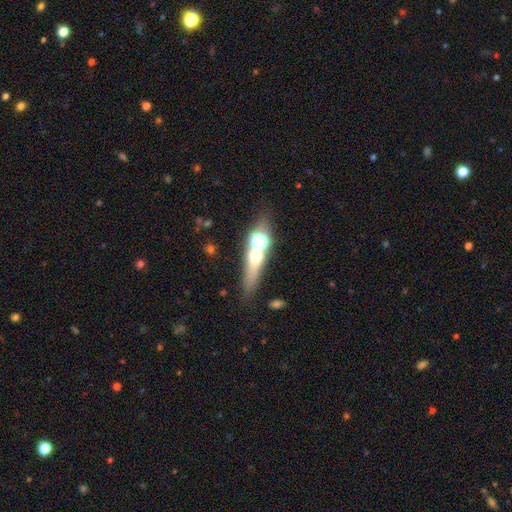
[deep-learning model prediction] Smooth or featured?
  - smooth: 47% *
  - featured or disk: 36%
  - star or artifact: 17%
Merging?
  - none: 62% *
  - merger: 21%
  - minor disturbance: 12%
  - major disturbance: 6%